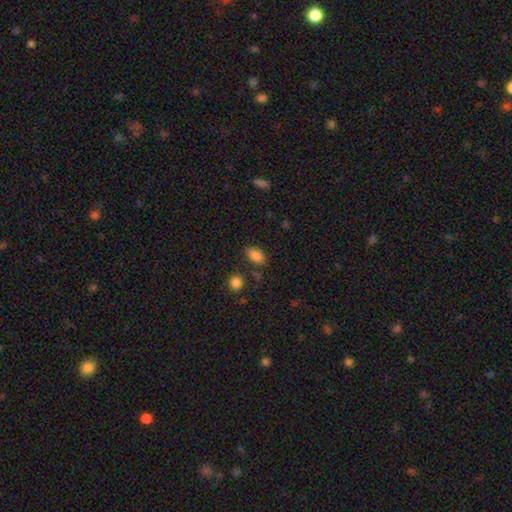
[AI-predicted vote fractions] This appears to be a smooth galaxy with no disk features (85%) that is in between round and cigar-shaped (89%). Merging: none (80%).